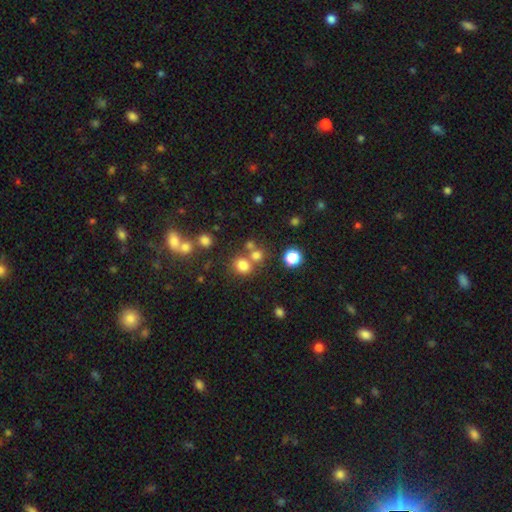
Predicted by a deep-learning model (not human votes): This appears to be a smooth galaxy with no disk features (72%) that is round (81%). Merging: none (61%).